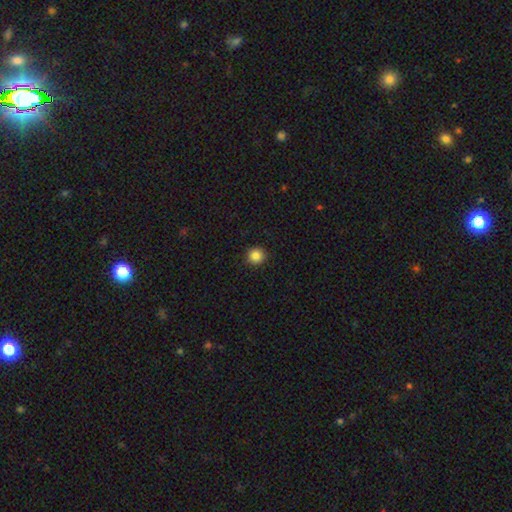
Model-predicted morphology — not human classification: type=smooth (85%); roundness=round (93%); merging=none (93%).